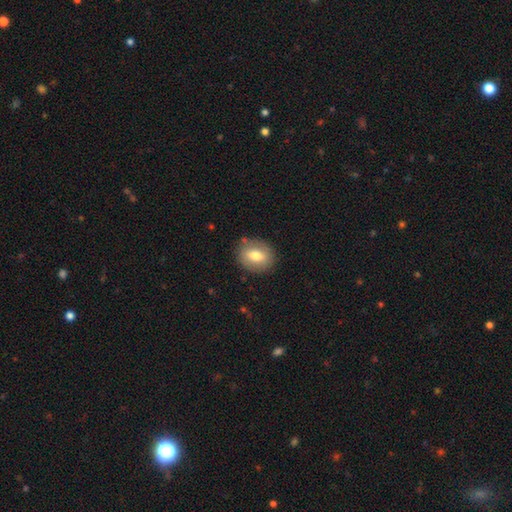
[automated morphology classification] smooth-or-featured: smooth: 68% | featured or disk: 24% | star or artifact: 8%
  how-rounded: round: 54% | in between: 44% | cigar-shaped: 1%
  merging: none: 85% | minor disturbance: 11% | major disturbance: 3% | merger: 2%